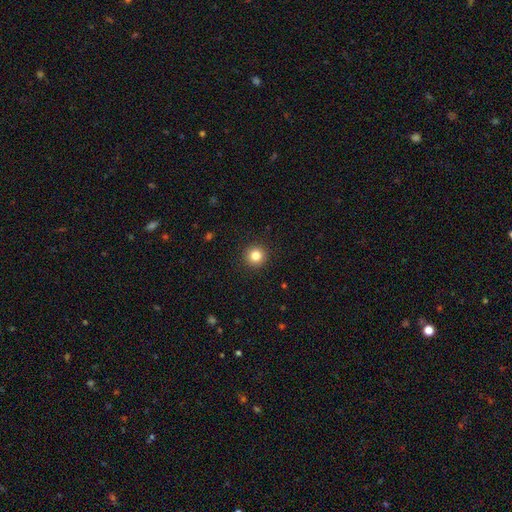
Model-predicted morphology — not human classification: This appears to be a smooth galaxy with no disk features (83%) that is round (95%). Merging: none (93%).